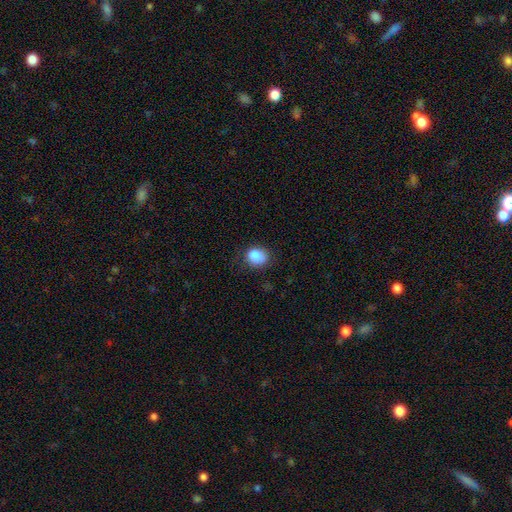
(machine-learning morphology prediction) Q: Smooth or featured?
A: smooth (87%); runner-up: star or artifact (9%)
Q: How rounded?
A: round (51%); runner-up: in between (48%)
Q: Merging?
A: none (74%); runner-up: minor disturbance (19%)